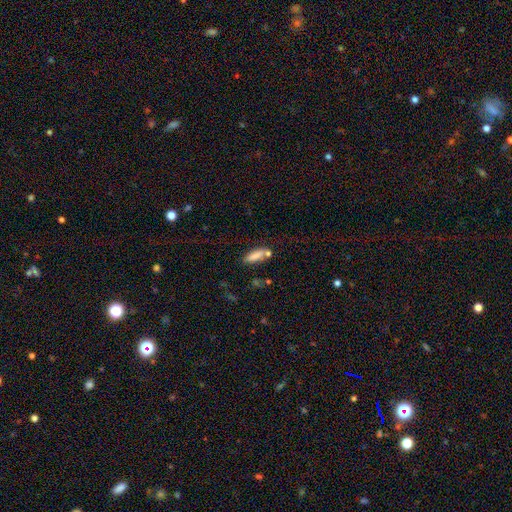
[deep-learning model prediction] Smooth or featured? Predicted: smooth (p=0.81). How rounded? Predicted: cigar-shaped (p=0.51). Merging? Predicted: none (p=0.63).